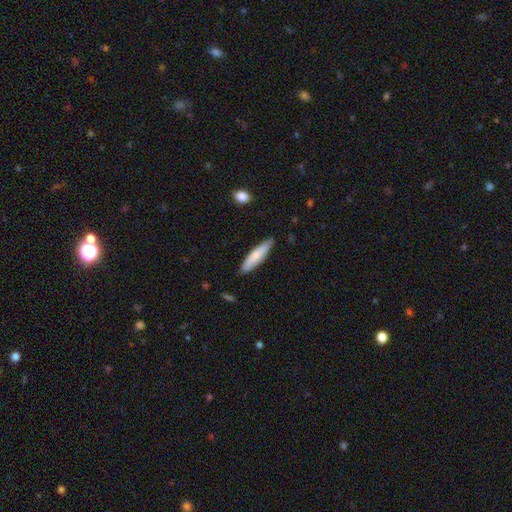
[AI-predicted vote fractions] Smooth or featured? smooth (74%)
How rounded? cigar-shaped (76%)
Merging? none (83%)